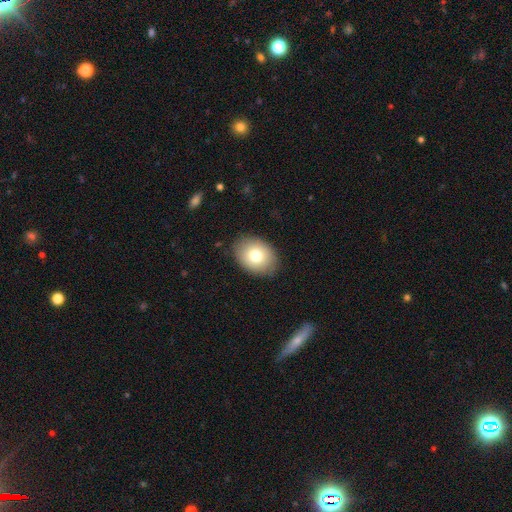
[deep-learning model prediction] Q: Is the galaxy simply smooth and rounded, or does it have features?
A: smooth — 76%.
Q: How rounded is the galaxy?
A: in between — 68%.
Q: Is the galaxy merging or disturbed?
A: none — 86%.